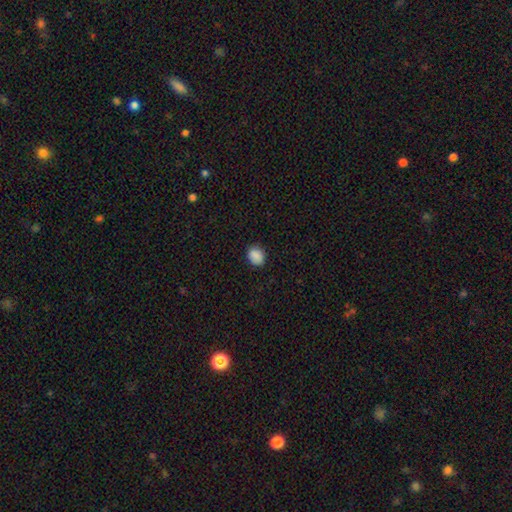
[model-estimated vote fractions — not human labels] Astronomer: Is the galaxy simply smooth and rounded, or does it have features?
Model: smooth — 88%.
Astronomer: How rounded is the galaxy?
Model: in between — 50%, tied with round at 50%.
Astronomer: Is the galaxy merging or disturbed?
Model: none — 85%.